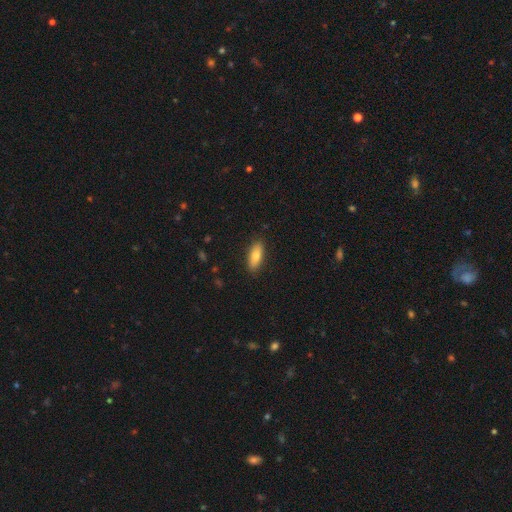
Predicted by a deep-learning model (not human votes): Overall: smooth (77%). How rounded: in between (68%; cigar-shaped 30%). Merging: none (88%).